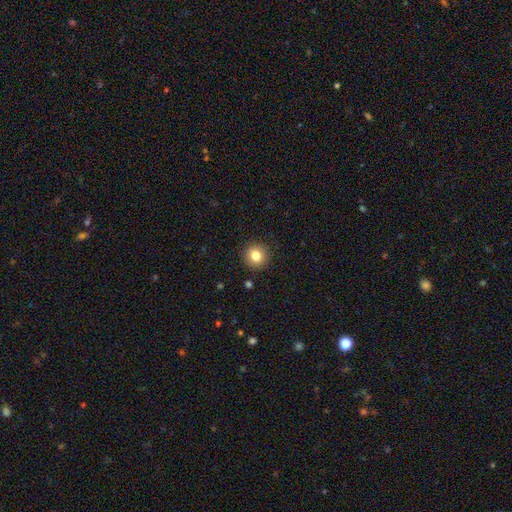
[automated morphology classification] smooth_or_featured: smooth (p=0.81) [alt: star or artifact p=0.11]
how_rounded: round (p=0.93) [alt: in between p=0.06]
merging: none (p=0.91) [alt: minor disturbance p=0.06]